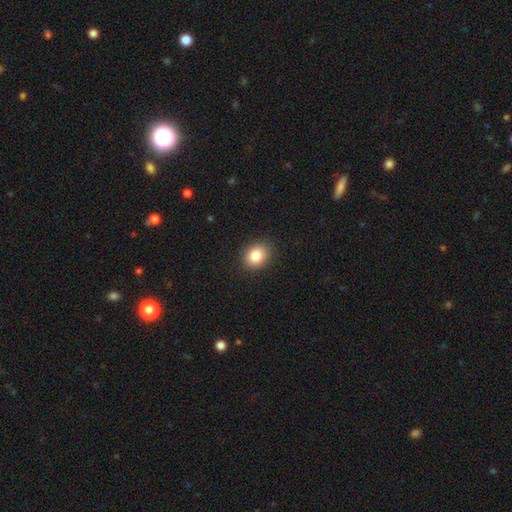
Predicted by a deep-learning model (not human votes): smooth-or-featured: smooth: 85% | star or artifact: 9% | featured or disk: 6%
  how-rounded: round: 54% | in between: 45% | cigar-shaped: 1%
  merging: none: 90% | minor disturbance: 7% | major disturbance: 2% | merger: 1%